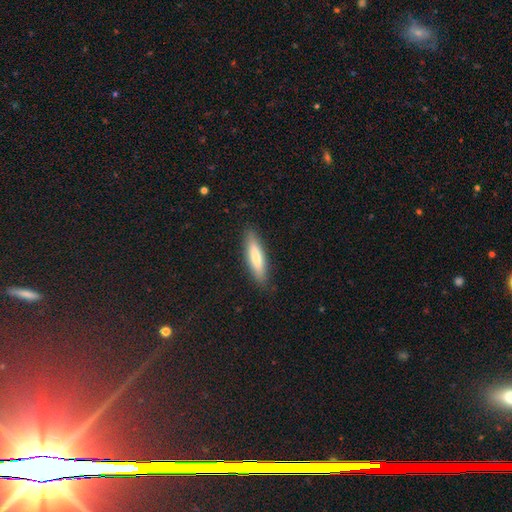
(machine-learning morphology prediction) This is likely a smooth galaxy (73%). How rounded: likely cigar-shaped (76%). Merging: clearly none (87%).